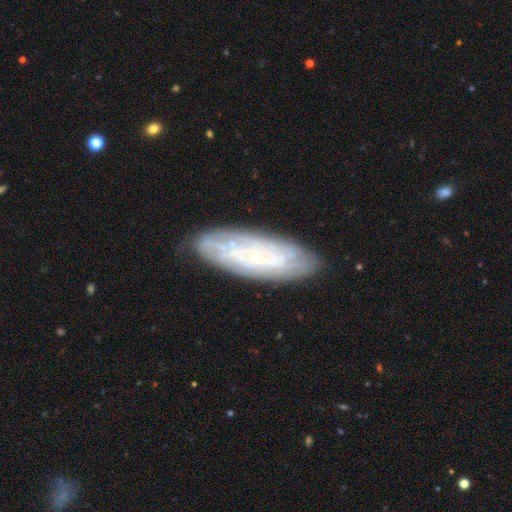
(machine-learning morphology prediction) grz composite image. It shows a featured or disk galaxy (72%) with no bar (74%), tight (77%) spiral arms (84%) and a small central bulge (83%). Merging: none (84%).